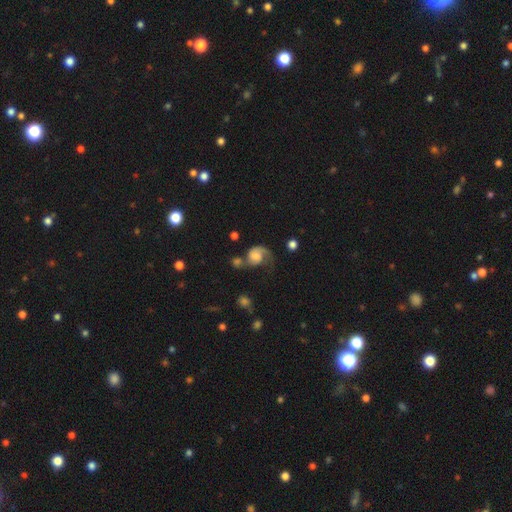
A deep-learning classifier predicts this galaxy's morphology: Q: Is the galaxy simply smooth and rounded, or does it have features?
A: featured or disk — 60%.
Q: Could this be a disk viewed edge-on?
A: no — 97%.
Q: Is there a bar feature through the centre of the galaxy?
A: no — 68%.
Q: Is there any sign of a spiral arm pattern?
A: yes — 90%.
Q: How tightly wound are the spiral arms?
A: loose — 41%.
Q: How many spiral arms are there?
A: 1 — 50%.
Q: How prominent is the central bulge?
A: moderate — 39%.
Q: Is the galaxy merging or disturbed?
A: none — 31%.